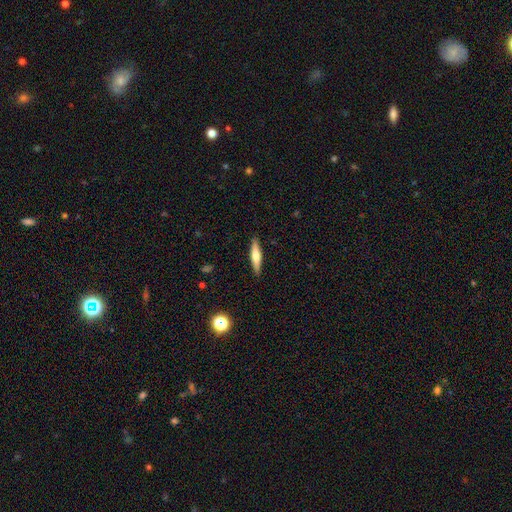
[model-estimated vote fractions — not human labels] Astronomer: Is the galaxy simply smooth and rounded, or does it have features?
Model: smooth — 48% (runner-up: featured or disk, 46%).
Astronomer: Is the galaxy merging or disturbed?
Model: none — 90%.